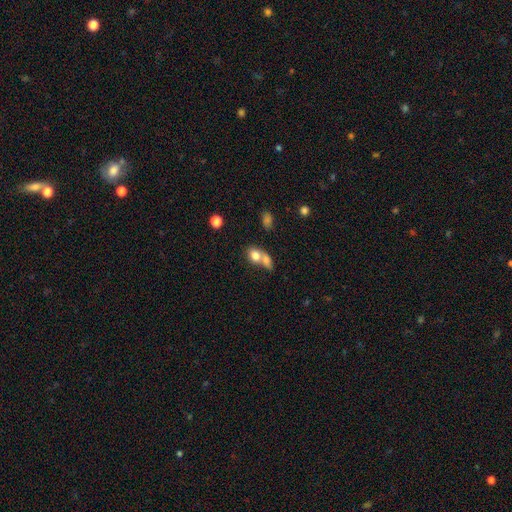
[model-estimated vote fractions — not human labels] smooth-or-featured: smooth: 76% | featured or disk: 14% | star or artifact: 9%
  how-rounded: in between: 52% | round: 46% | cigar-shaped: 2%
  merging: merger: 64% | none: 23% | minor disturbance: 7% | major disturbance: 5%